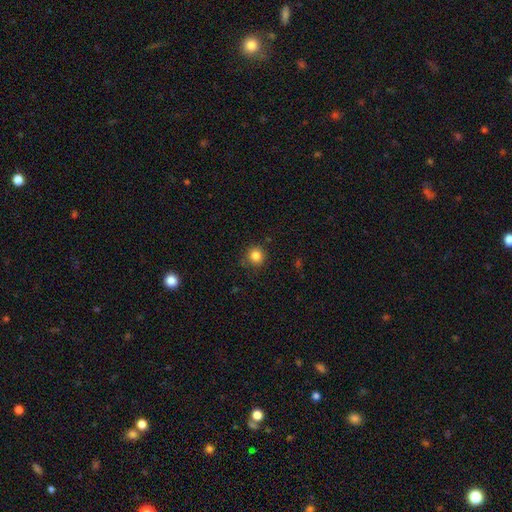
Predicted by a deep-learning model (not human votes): Smooth or featured?
  - smooth: 84% *
  - star or artifact: 12%
  - featured or disk: 5%
How rounded?
  - round: 93% *
  - in between: 6%
  - cigar-shaped: 1%
Merging?
  - none: 86% *
  - minor disturbance: 10%
  - major disturbance: 3%
  - merger: 2%